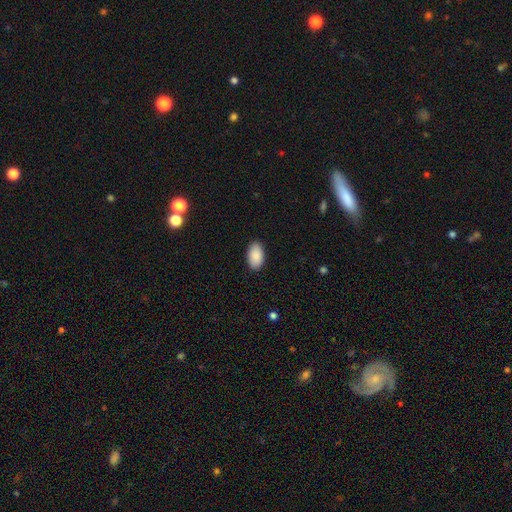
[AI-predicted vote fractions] A smooth galaxy with no disk features (90%) that is in between round and cigar-shaped (95%). Merging: none (88%).